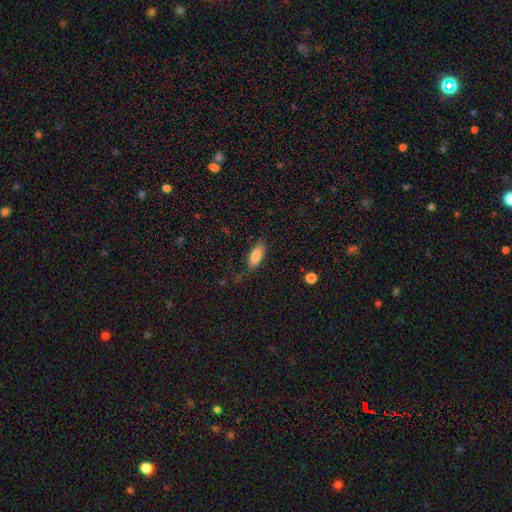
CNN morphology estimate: This is clearly a smooth galaxy (84%). How rounded: clearly in between (81%). Merging: likely none (75%).